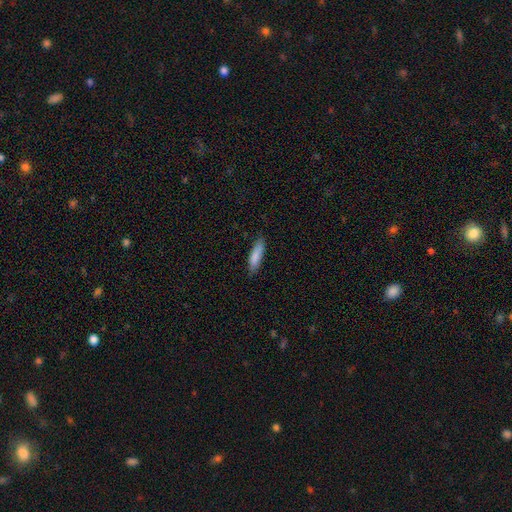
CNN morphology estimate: Overall: smooth (85%). How rounded: cigar-shaped (63%; in between 36%). Merging: none (81%).